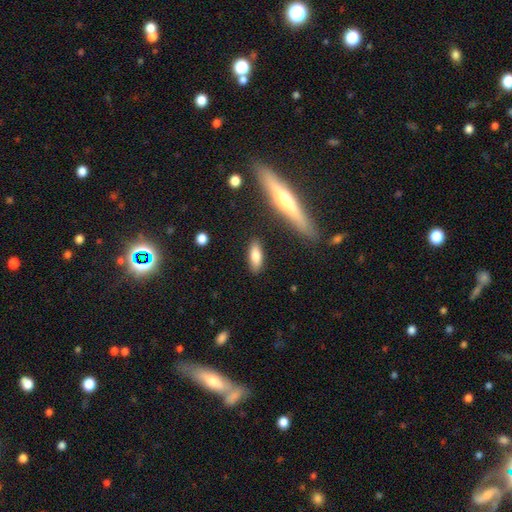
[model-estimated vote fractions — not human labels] Smooth or featured? smooth (78%)
How rounded? in between (66%)
Merging? none (85%)